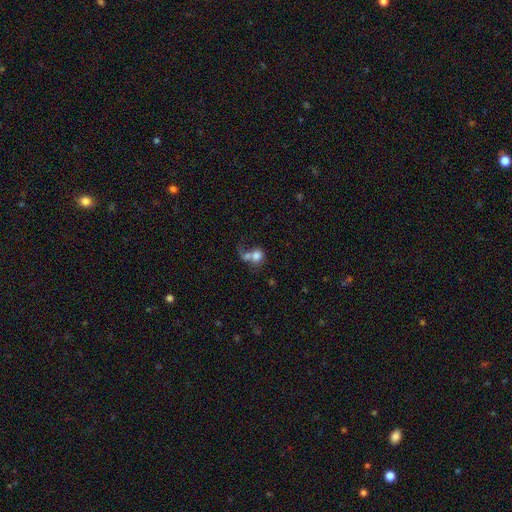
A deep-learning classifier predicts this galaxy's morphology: Smooth or featured? Predicted: smooth (p=0.69). How rounded? Predicted: round (p=0.66). Merging? Predicted: merger (p=0.57).